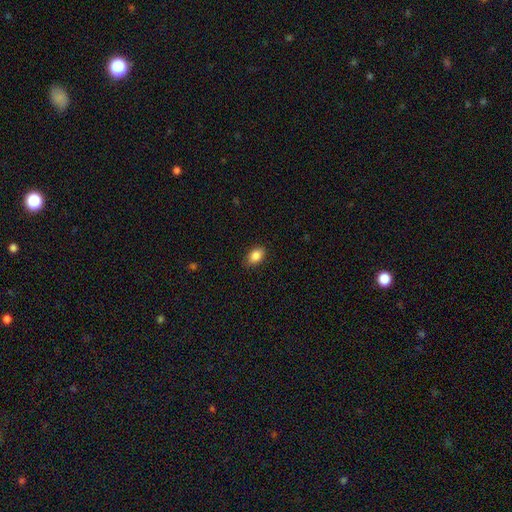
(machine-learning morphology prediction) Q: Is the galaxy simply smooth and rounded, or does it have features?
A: smooth — 87%.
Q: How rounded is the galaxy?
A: in between — 85%.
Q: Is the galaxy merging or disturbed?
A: none — 83%.